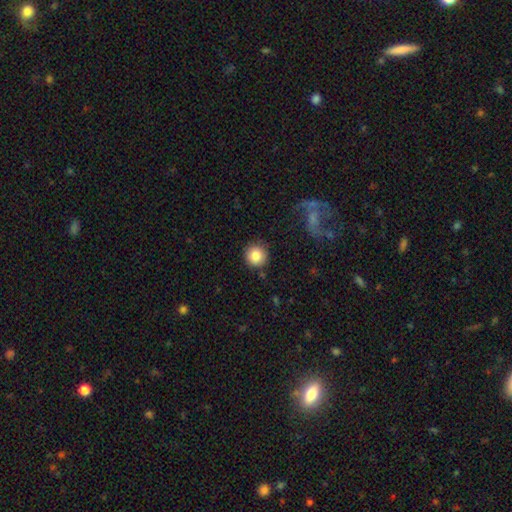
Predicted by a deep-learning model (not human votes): This appears to be a smooth galaxy with no disk features (84%) that is round (94%). Merging: none (88%).